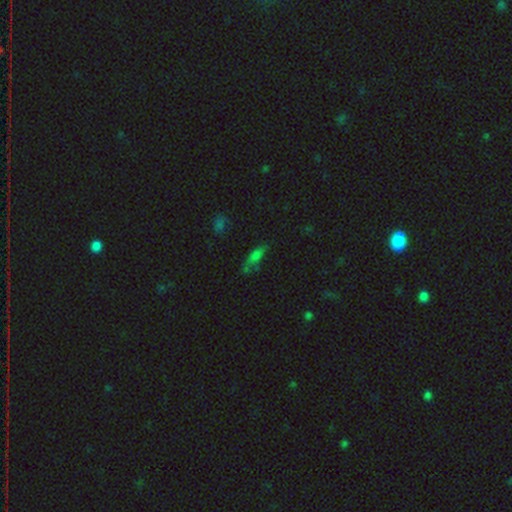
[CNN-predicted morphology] Smooth or featured? Predicted: smooth (p=0.57). How rounded? Predicted: in between (p=0.52). Merging? Predicted: none (p=0.50).